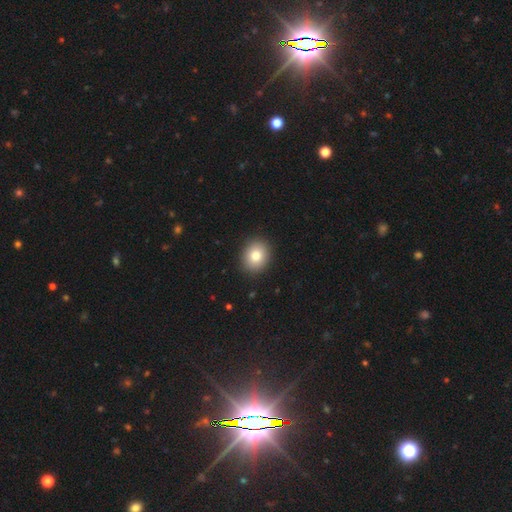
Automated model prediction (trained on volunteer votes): Smooth or featured? smooth (81%)
How rounded? round (62%)
Merging? none (90%)